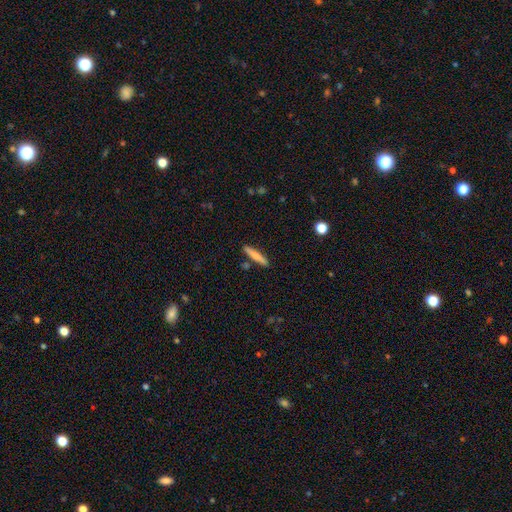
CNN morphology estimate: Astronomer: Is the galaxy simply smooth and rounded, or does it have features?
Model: smooth — 72%.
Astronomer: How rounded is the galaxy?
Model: cigar-shaped — 92%.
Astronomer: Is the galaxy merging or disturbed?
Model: none — 87%.